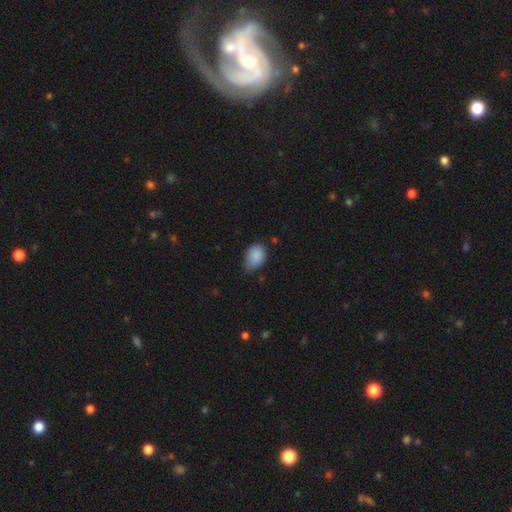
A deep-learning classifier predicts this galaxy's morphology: type=smooth (88%); roundness=in between (78%); merging=none (57%).